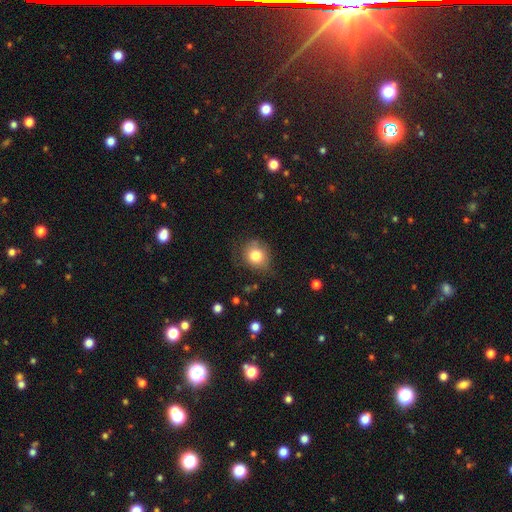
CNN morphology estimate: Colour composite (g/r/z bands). It shows a smooth galaxy with no disk features (80%) that is round (75%). Merging: none (67%).